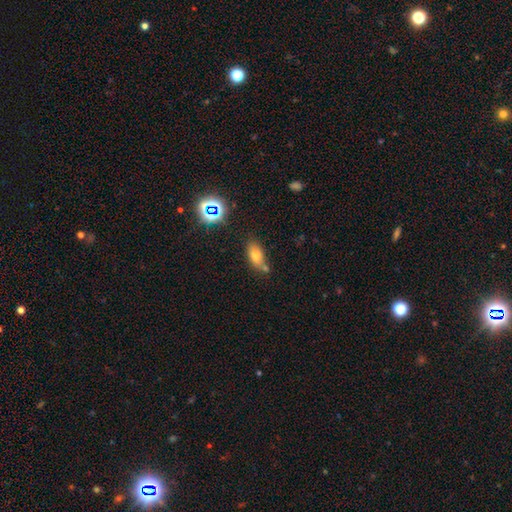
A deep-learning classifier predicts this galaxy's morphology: The model was most divided on "merging": none: 54%, merger: 21%, minor disturbance: 18%, major disturbance: 6%. More confident: how rounded — in between (83%); smooth or featured — smooth (70%).